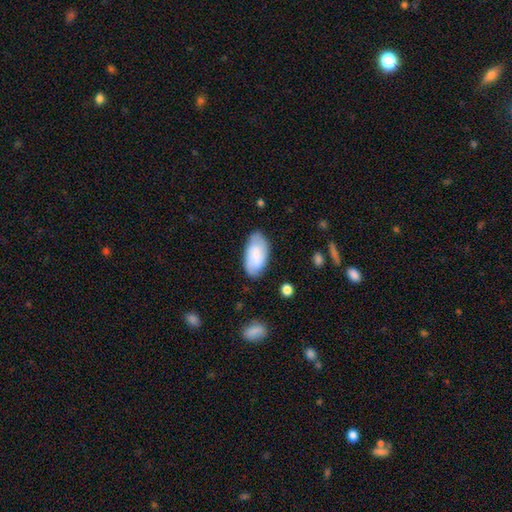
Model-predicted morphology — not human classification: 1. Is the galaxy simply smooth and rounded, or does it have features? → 62% smooth, 31% featured or disk, 7% star or artifact.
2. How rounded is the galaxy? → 94% in between, 3% cigar-shaped, 3% round.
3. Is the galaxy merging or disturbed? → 78% none, 17% minor disturbance, 4% major disturbance, 2% merger.